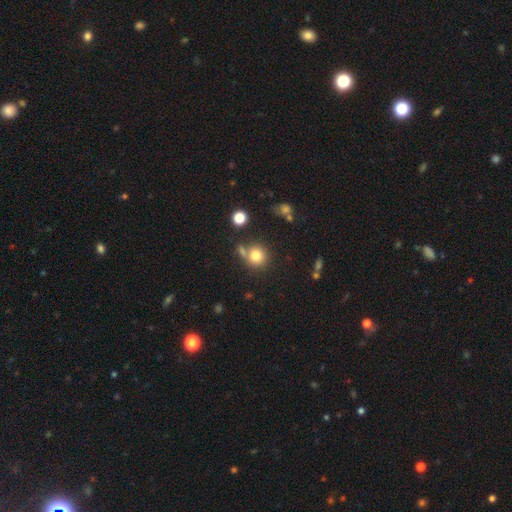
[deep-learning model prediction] Smooth or featured: smooth — 79% (star or artifact — 12%)
How rounded: round — 88% (in between — 11%)
Merging: none — 65% (merger — 19%)